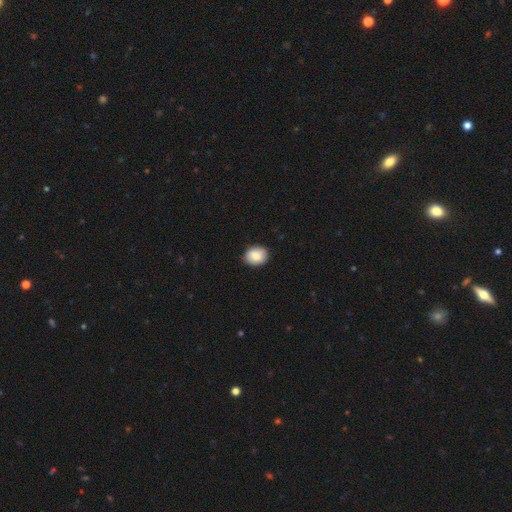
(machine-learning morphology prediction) Smooth or featured? smooth (84%)
How rounded? round (58%)
Merging? none (87%)